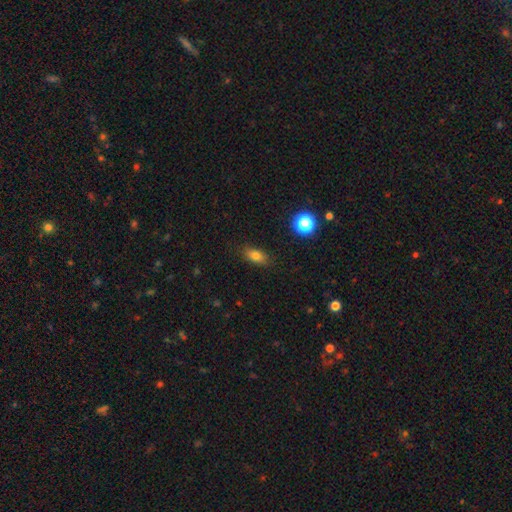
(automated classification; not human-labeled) Smooth or featured?
  - smooth: 78% *
  - star or artifact: 12%
  - featured or disk: 10%
How rounded?
  - in between: 80% *
  - round: 11%
  - cigar-shaped: 8%
Merging?
  - none: 86% *
  - minor disturbance: 10%
  - major disturbance: 3%
  - merger: 1%